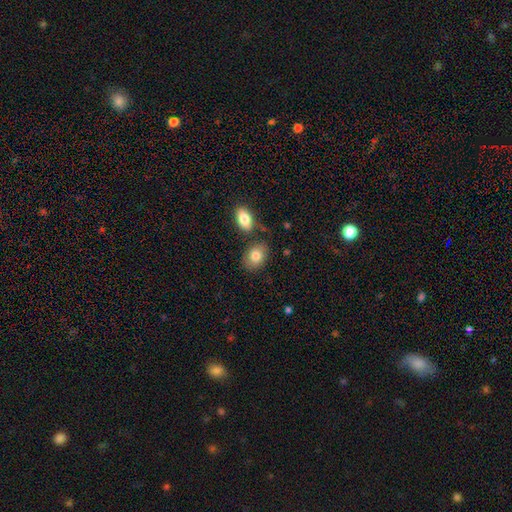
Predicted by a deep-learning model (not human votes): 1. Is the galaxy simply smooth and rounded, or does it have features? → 82% smooth, 11% featured or disk, 8% star or artifact.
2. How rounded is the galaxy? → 75% in between, 23% round, 1% cigar-shaped.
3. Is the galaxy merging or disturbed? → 73% none, 13% minor disturbance, 11% merger, 4% major disturbance.